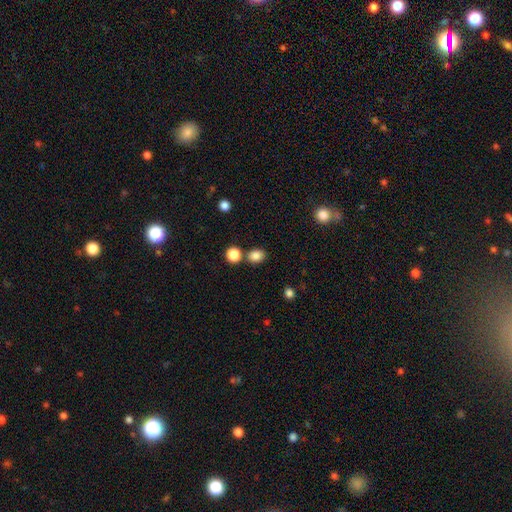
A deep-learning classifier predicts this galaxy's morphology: Smooth or featured: smooth — 84% (star or artifact — 11%)
How rounded: round — 53% (in between — 46%)
Merging: none — 72% (merger — 15%)